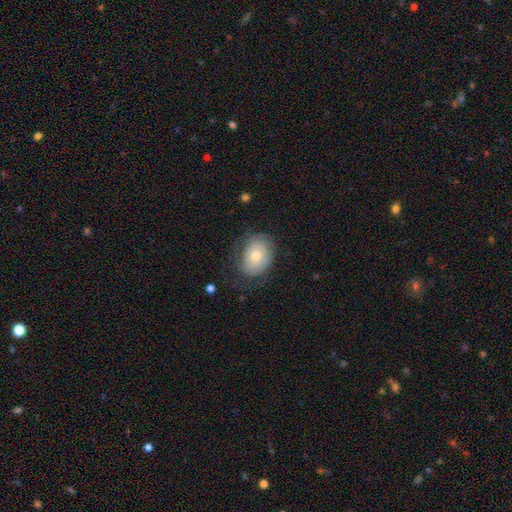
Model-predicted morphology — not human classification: A smooth galaxy with no disk features (60%) that is in between round and cigar-shaped (69%).

Vote fractions:
- Smooth or featured? smooth: 60% / featured or disk: 33% / star or artifact: 7%
- How rounded? in between: 69% / round: 30% / cigar-shaped: 1%
- Merging? none: 64% / minor disturbance: 22% / major disturbance: 13% / merger: 1%